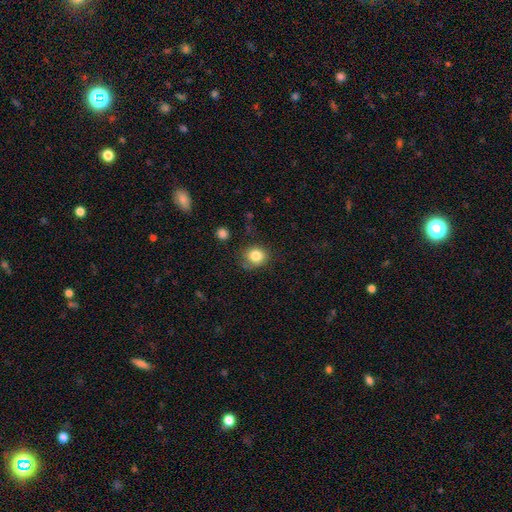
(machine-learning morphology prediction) This is clearly a smooth galaxy (83%). How rounded: likely round (76%). Merging: likely none (75%).